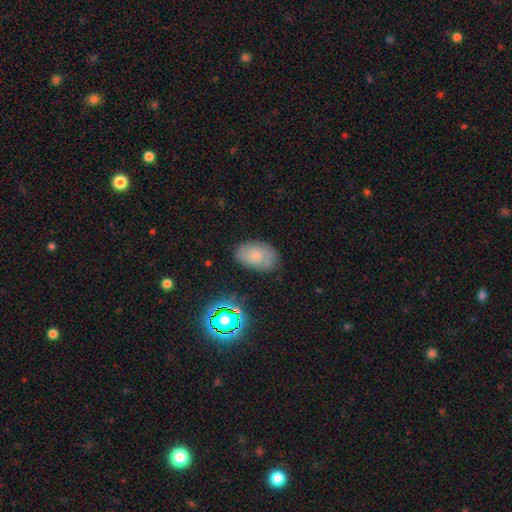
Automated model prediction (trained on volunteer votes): Smooth or featured: smooth — 47% (featured or disk — 40%)
Merging: none — 76% (minor disturbance — 17%)